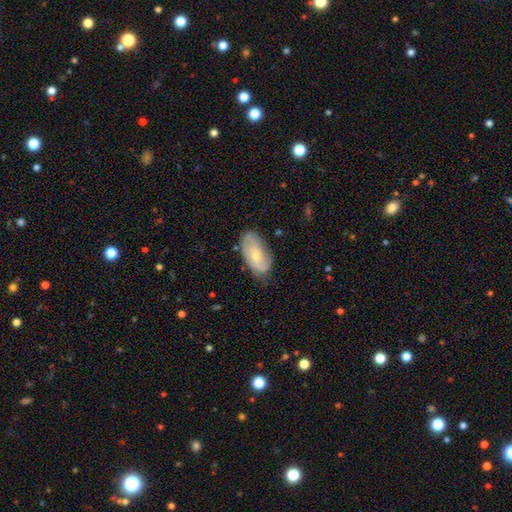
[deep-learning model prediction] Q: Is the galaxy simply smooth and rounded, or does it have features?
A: featured or disk — 53%.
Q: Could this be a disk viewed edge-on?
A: no — 93%.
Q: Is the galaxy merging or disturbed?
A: none — 69%.